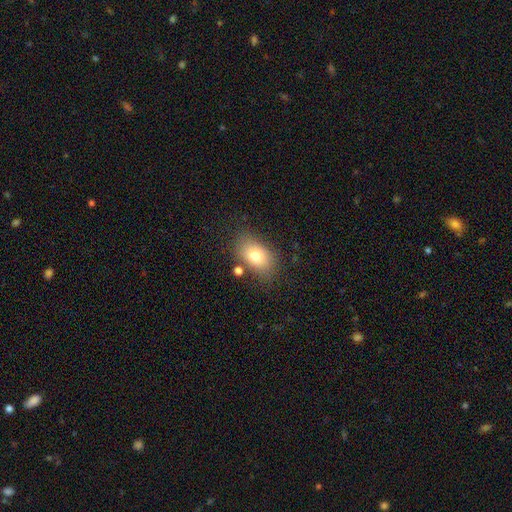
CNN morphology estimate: The model was most divided on "merging": none: 73%, minor disturbance: 16%, merger: 6%, major disturbance: 5%. More confident: how rounded — in between (86%); smooth or featured — smooth (76%).